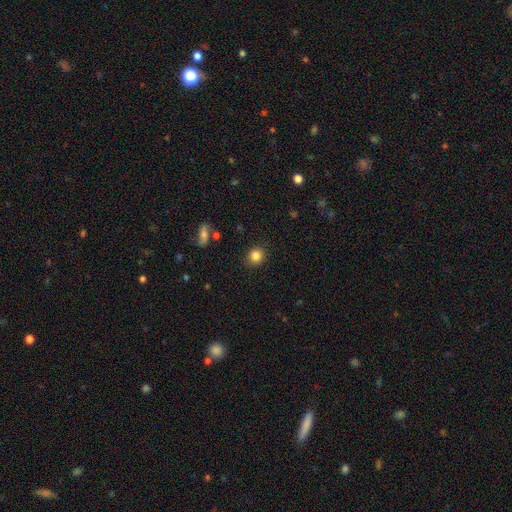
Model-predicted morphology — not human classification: smooth 85%, star or artifact 10%, featured or disk 5%. Down the decision tree: how rounded — round (82%); merging — none (86%).